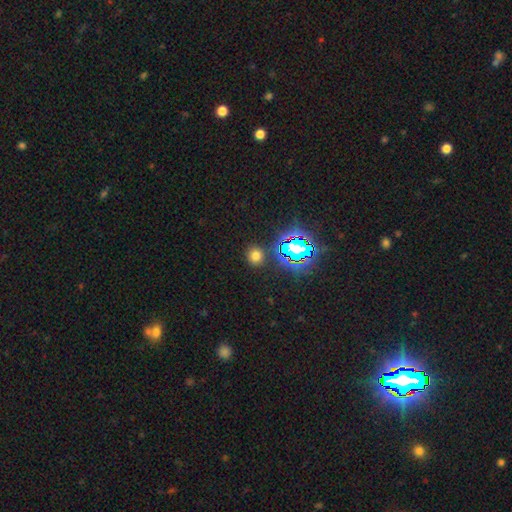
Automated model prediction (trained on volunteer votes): smooth-or-featured: smooth: 66% | star or artifact: 28% | featured or disk: 7%
  how-rounded: round: 81% | in between: 18% | cigar-shaped: 1%
  merging: none: 87% | minor disturbance: 7% | merger: 3% | major disturbance: 3%